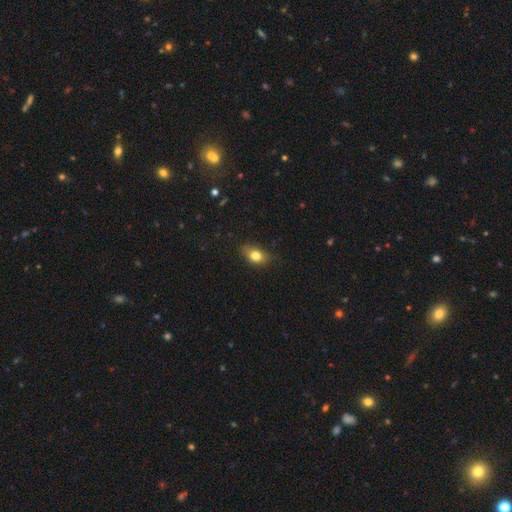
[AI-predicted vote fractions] Smooth or featured?
  - smooth: 78% *
  - featured or disk: 13%
  - star or artifact: 9%
How rounded?
  - in between: 79% *
  - round: 17%
  - cigar-shaped: 4%
Merging?
  - none: 73% *
  - minor disturbance: 21%
  - major disturbance: 4%
  - merger: 1%